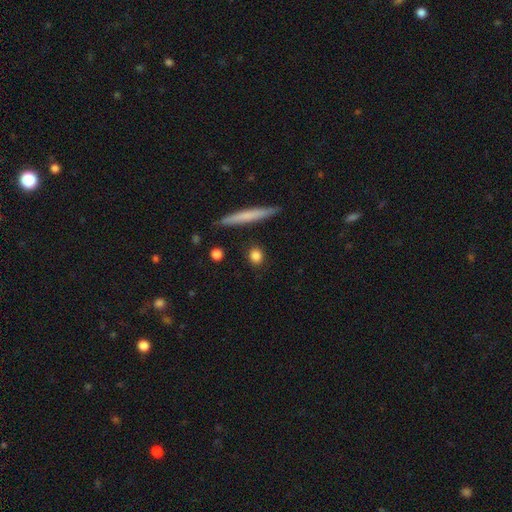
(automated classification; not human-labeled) smooth-or-featured: smooth: 83% | featured or disk: 9% | star or artifact: 8%
  how-rounded: round: 62% | in between: 25% | cigar-shaped: 13%
  merging: none: 87% | minor disturbance: 8% | merger: 2% | major disturbance: 2%